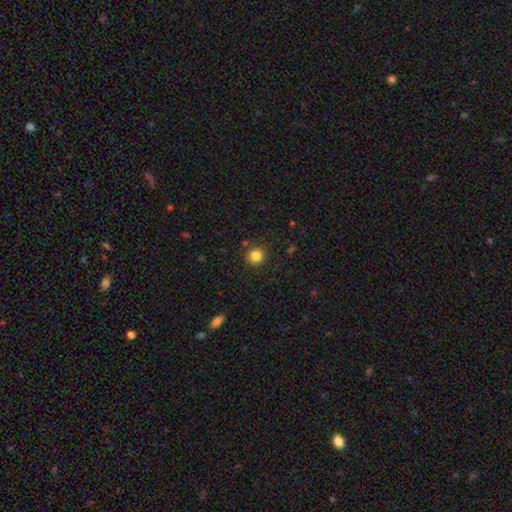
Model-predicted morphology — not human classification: Smooth or featured? Predicted: smooth (p=0.83). How rounded? Predicted: round (p=0.93). Merging? Predicted: none (p=0.89).